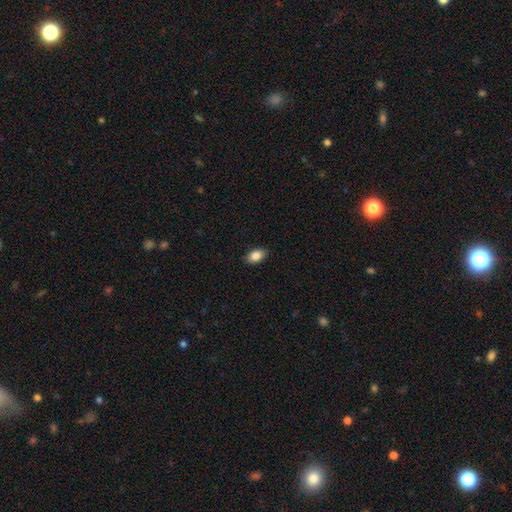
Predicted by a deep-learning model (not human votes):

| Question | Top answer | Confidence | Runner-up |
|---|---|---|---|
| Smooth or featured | smooth | 87% | star or artifact (8%) |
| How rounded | in between | 90% | round (8%) |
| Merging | none | 88% | minor disturbance (9%) |